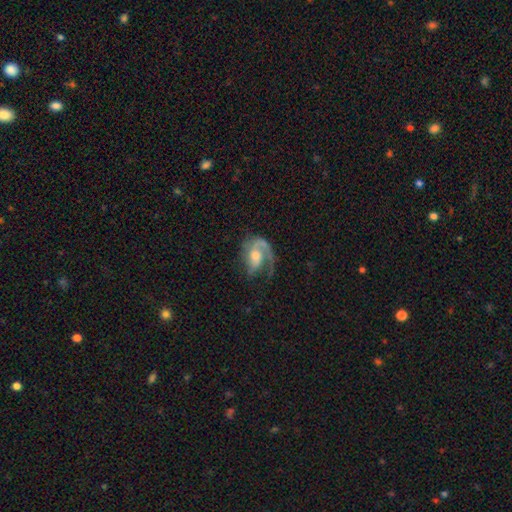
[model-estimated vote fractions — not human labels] Morphology: type=featured or disk (82%); edge-on=no (97%); bar=no (56%); spiral arms=yes (93%); winding=medium (45%); arm count=1 (55%); bulge=moderate (58%); merging=none (48%).